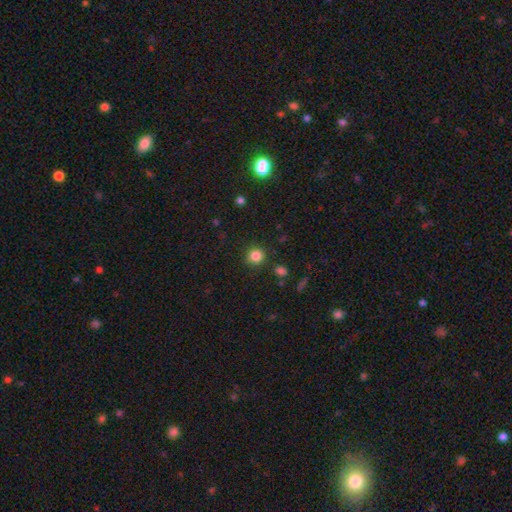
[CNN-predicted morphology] Smooth or featured? smooth (83%)
How rounded? round (91%)
Merging? none (89%)